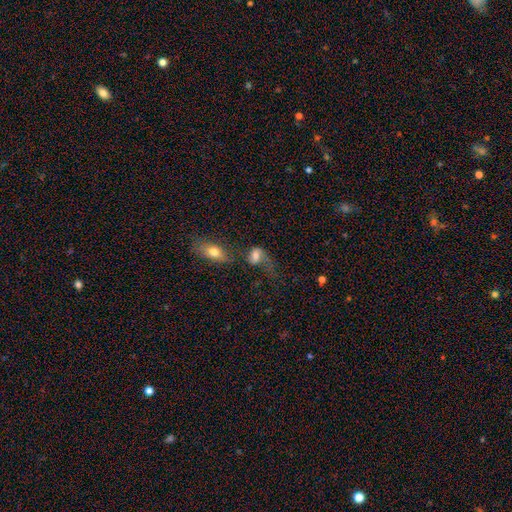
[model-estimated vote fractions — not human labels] Smooth or featured: smooth — 55% (featured or disk — 33%)
How rounded: in between — 72% (round — 24%)
Merging: major disturbance — 32% (merger — 29%)